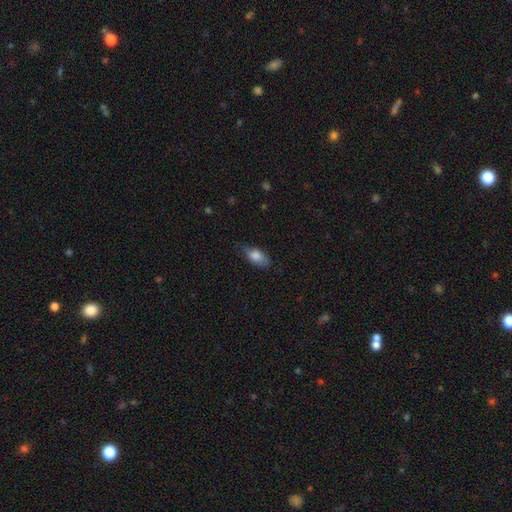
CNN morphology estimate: smooth-or-featured: smooth: 79% | featured or disk: 14% | star or artifact: 7%
  how-rounded: in between: 87% | cigar-shaped: 8% | round: 5%
  merging: none: 66% | minor disturbance: 27% | major disturbance: 6% | merger: 1%